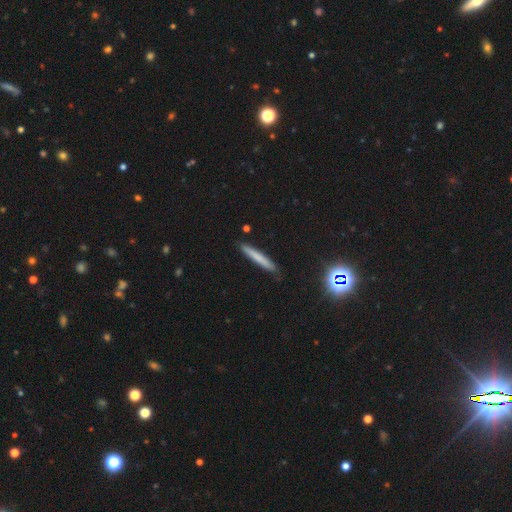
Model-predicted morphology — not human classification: smooth 72%, featured or disk 20%, star or artifact 7%. Down the decision tree: how rounded — cigar-shaped (95%); merging — none (86%).